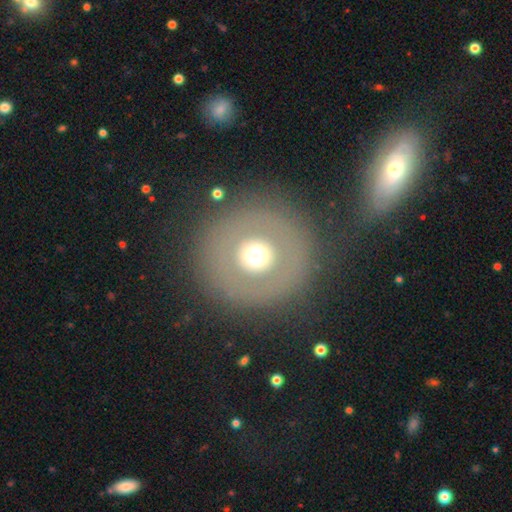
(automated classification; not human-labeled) A smooth galaxy with no disk features (52%) that is round (95%).

Vote fractions:
- Smooth or featured? smooth: 52% / featured or disk: 37% / star or artifact: 11%
- How rounded? round: 95% / in between: 4% / cigar-shaped: 1%
- Merging? none: 82% / minor disturbance: 8% / major disturbance: 8% / merger: 2%